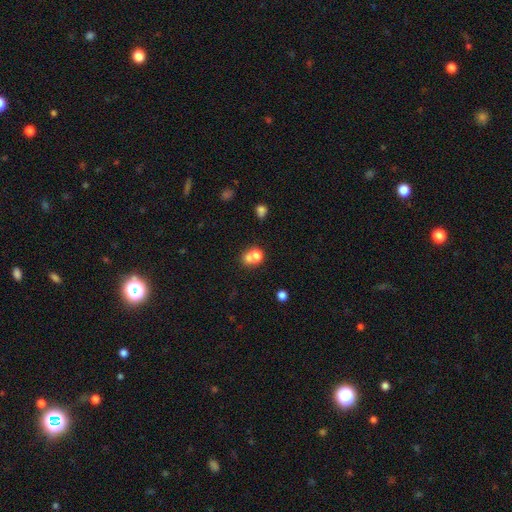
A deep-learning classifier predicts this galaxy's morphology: A smooth galaxy with no disk features (71%) that is round (70%).

Vote fractions:
- Smooth or featured? smooth: 71% / featured or disk: 15% / star or artifact: 14%
- How rounded? round: 70% / in between: 29% / cigar-shaped: 1%
- Merging? merger: 54% / none: 33% / minor disturbance: 8% / major disturbance: 5%